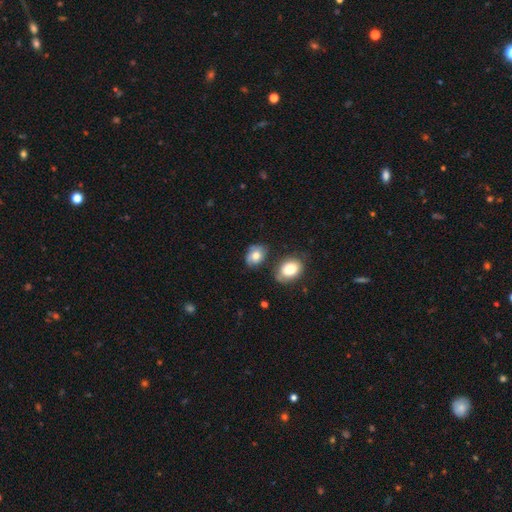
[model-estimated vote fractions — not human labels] smooth 65%, featured or disk 26%, star or artifact 9%. Down the decision tree: how rounded — in between (67%); merging — none (59%).